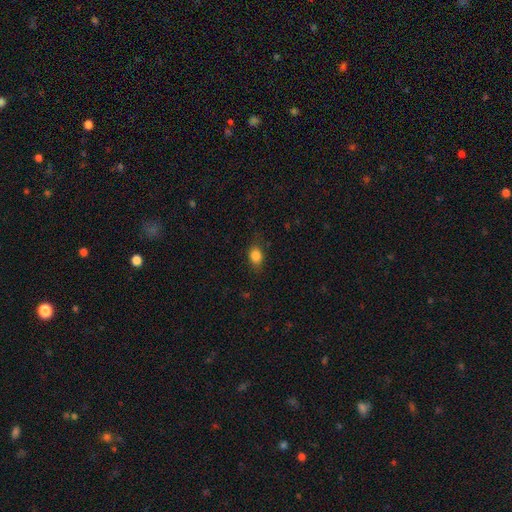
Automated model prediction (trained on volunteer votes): Overall: smooth (84%). How rounded: in between (69%). Merging: none (79%).